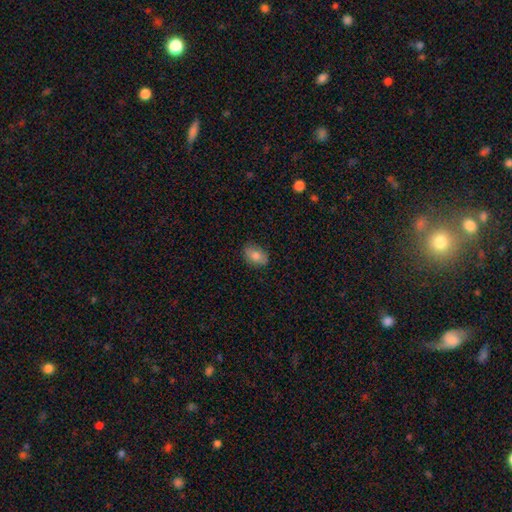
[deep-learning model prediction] smooth_or_featured: smooth (p=0.79) [alt: featured or disk p=0.13]
how_rounded: in between (p=0.83) [alt: round p=0.16]
merging: none (p=0.83) [alt: minor disturbance p=0.14]